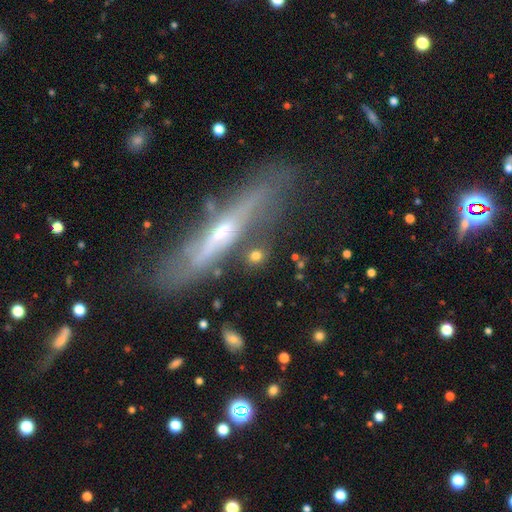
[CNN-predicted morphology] Smooth or featured? smooth (64%)
How rounded? round (54%)
Merging? none (72%)